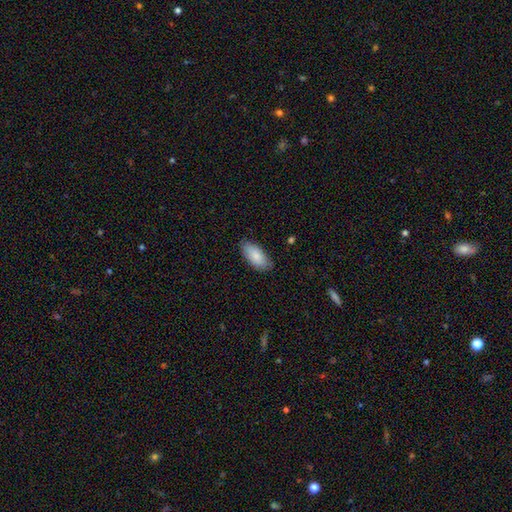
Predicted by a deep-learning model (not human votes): smooth-or-featured: smooth: 84% | featured or disk: 10% | star or artifact: 6%
  how-rounded: in between: 91% | cigar-shaped: 7% | round: 2%
  merging: none: 80% | minor disturbance: 16% | major disturbance: 2% | merger: 1%